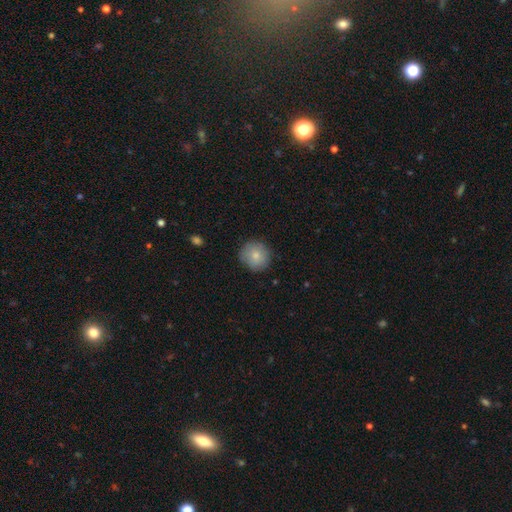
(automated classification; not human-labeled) This is clearly a smooth galaxy (82%). How rounded: clearly round (92%). Merging: clearly none (84%).